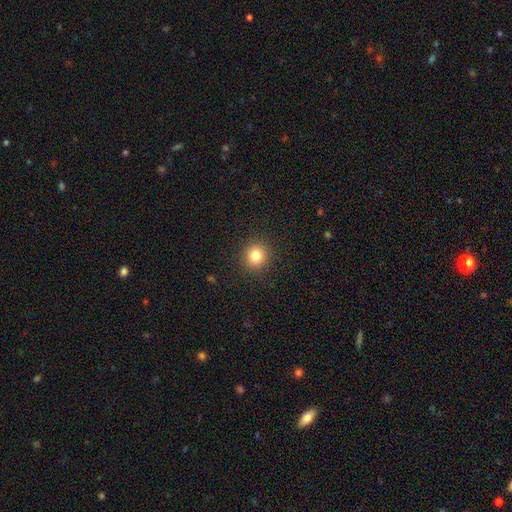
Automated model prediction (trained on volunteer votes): This appears to be a smooth galaxy with no disk features (81%) that is round (89%). Merging: none (91%).